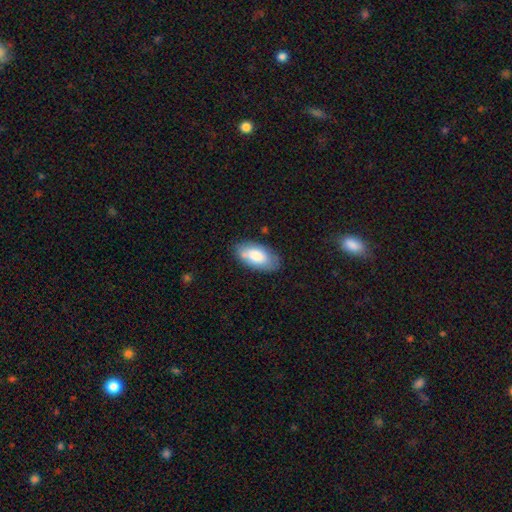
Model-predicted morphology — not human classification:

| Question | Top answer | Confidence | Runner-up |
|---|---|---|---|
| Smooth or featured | smooth | 78% | featured or disk (15%) |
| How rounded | in between | 94% | cigar-shaped (4%) |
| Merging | none | 77% | minor disturbance (17%) |